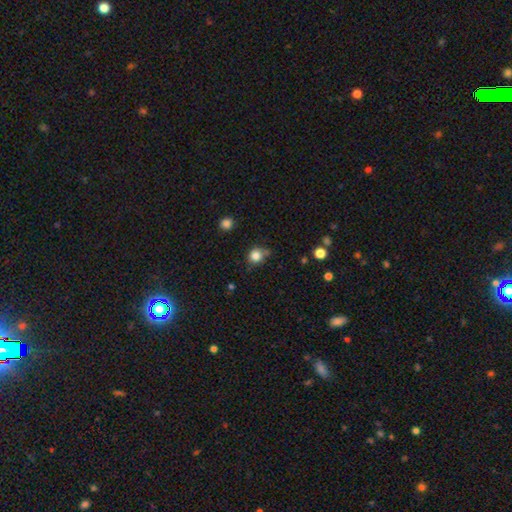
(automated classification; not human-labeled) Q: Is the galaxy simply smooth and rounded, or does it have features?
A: smooth — 83%.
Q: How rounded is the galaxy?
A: round — 83%.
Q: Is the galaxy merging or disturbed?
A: none — 64%.